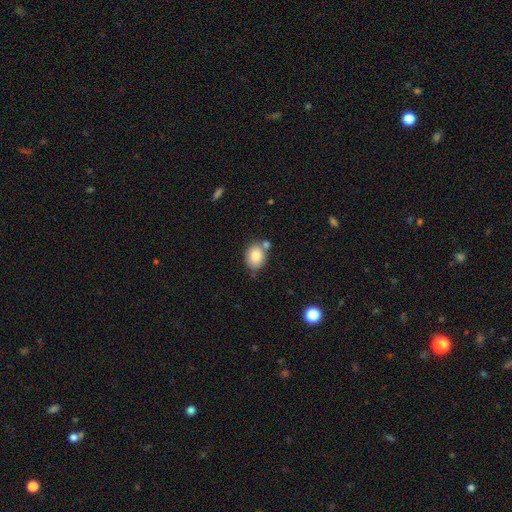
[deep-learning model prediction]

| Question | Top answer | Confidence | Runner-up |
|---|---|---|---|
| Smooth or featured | smooth | 84% | star or artifact (8%) |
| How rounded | in between | 58% | round (41%) |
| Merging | none | 65% | merger (16%) |